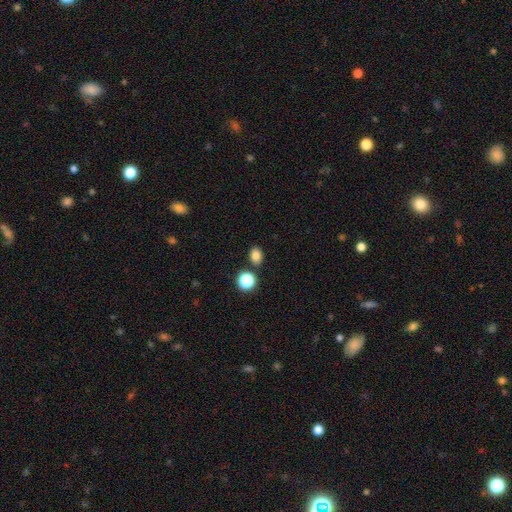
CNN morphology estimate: This is clearly a smooth galaxy (81%). How rounded: possibly in between (57%). Merging: clearly none (82%).